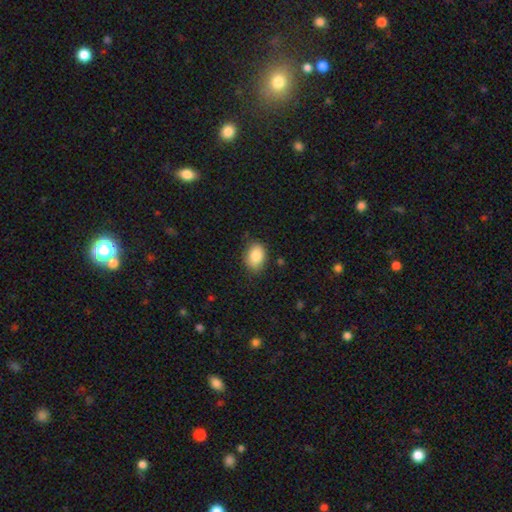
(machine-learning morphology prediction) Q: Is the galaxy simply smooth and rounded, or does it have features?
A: smooth — 87%.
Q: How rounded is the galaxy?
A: in between — 78%.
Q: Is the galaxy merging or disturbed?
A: none — 80%.